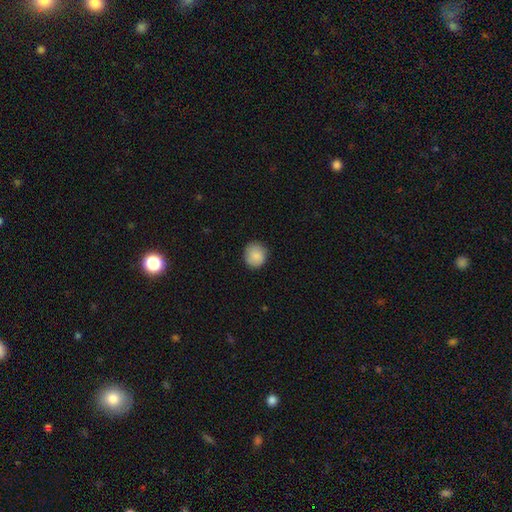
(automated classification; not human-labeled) smooth_or_featured: smooth (p=0.88) [alt: star or artifact p=0.07]
how_rounded: round (p=0.89) [alt: in between p=0.10]
merging: none (p=0.82) [alt: minor disturbance p=0.14]